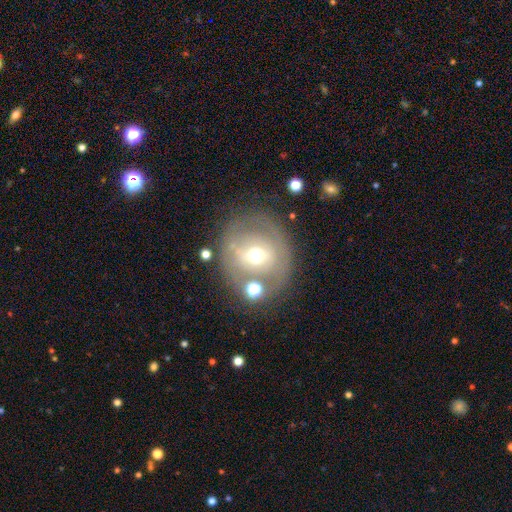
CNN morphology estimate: Smooth or featured? featured or disk (44%, tied with smooth)
Merging? none (69%)